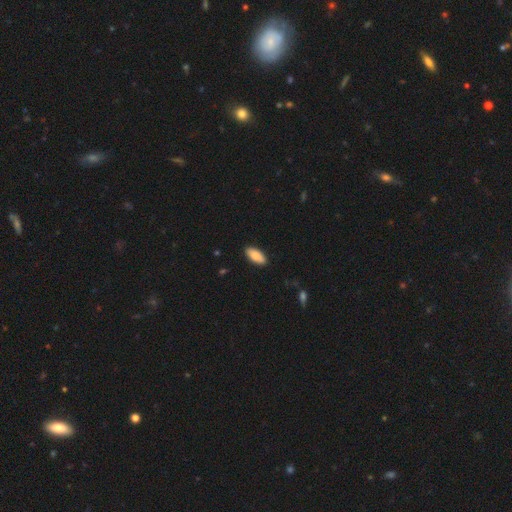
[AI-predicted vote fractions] A smooth galaxy with no disk features (82%) that is in between round and cigar-shaped (89%).

Vote fractions:
- Smooth or featured? smooth: 82% / featured or disk: 12% / star or artifact: 6%
- How rounded? in between: 89% / cigar-shaped: 9% / round: 2%
- Merging? none: 90% / minor disturbance: 8% / major disturbance: 1% / merger: 1%